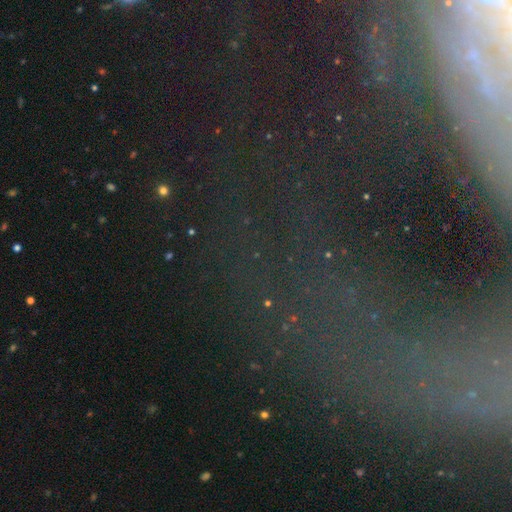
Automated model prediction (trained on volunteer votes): Smooth or featured: star or artifact — 57% (featured or disk — 26%)